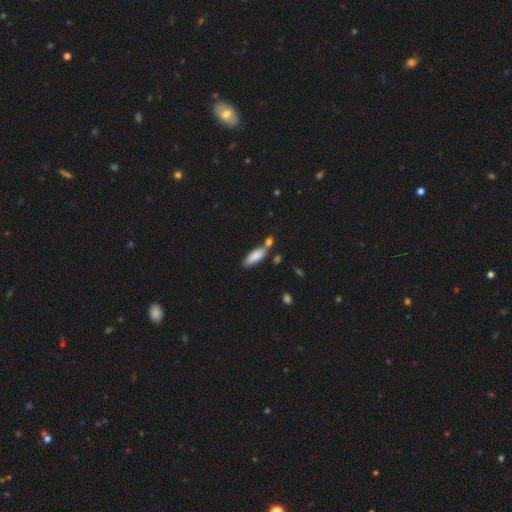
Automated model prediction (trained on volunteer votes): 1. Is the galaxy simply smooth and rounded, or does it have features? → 83% smooth, 10% featured or disk, 7% star or artifact.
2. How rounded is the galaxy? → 56% in between, 42% cigar-shaped, 2% round.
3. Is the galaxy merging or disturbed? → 61% none, 20% merger, 15% minor disturbance, 4% major disturbance.